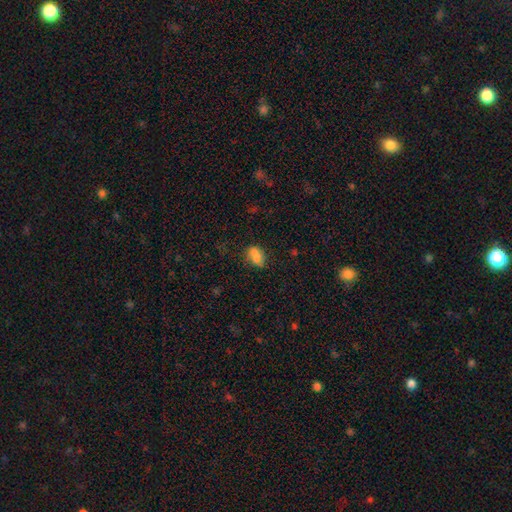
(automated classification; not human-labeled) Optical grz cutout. It shows a smooth galaxy with no disk features (73%) that is in between round and cigar-shaped (74%). Merging: none (50%).